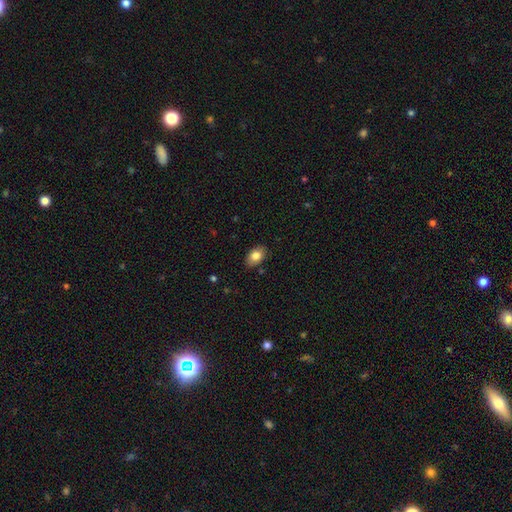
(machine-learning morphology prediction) Smooth or featured? Predicted: smooth (p=0.82). How rounded? Predicted: in between (p=0.87). Merging? Predicted: none (p=0.84).